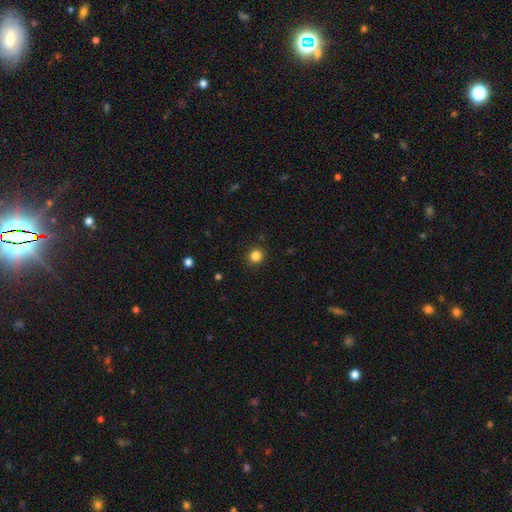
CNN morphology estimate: Overall: smooth (84%). How rounded: round (92%). Merging: none (92%).